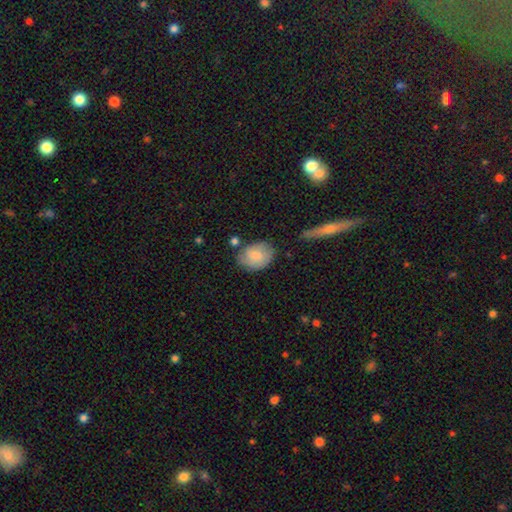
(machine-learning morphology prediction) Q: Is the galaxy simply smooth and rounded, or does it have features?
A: smooth — 76%.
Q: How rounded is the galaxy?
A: in between — 63%.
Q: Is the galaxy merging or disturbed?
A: none — 66%.